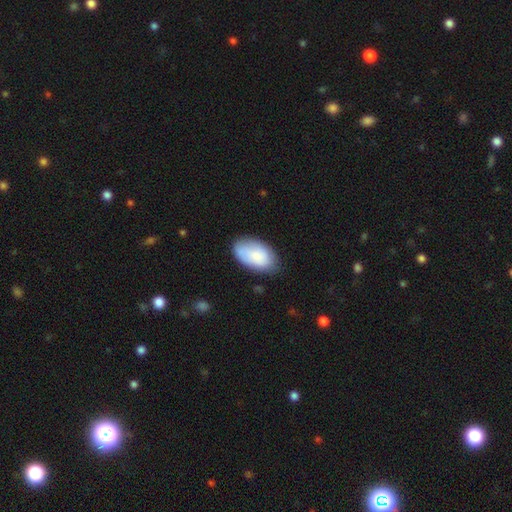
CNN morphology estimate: A smooth galaxy with no disk features (80%) that is in between round and cigar-shaped (94%). Merging: none (72%).